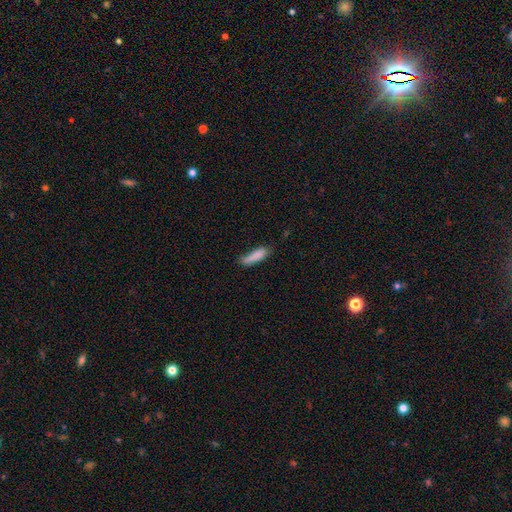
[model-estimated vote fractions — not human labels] This is clearly a smooth galaxy (84%). How rounded: likely cigar-shaped (64%). Merging: possibly none (56%).